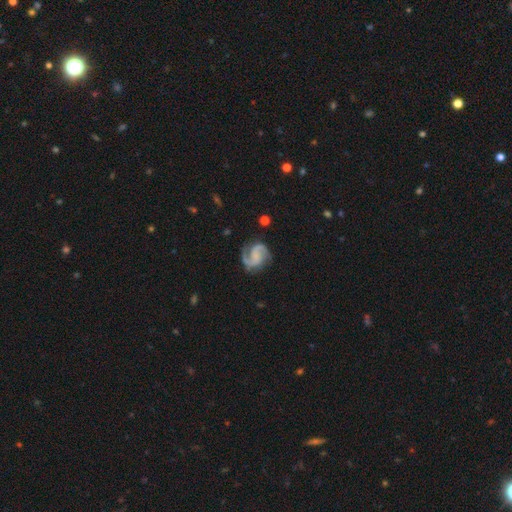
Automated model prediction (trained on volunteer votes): This appears to be a featured or disk galaxy (90%) with no bar (53%), 2 (92%) medium (57%) spiral arms (98%) and no central bulge (51%). Merging: none (78%).